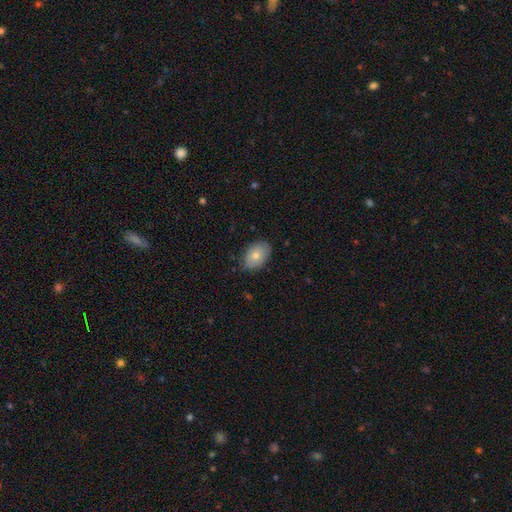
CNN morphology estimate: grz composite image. It shows a smooth galaxy with no disk features (76%) that is in between round and cigar-shaped (86%). Merging: none (79%).